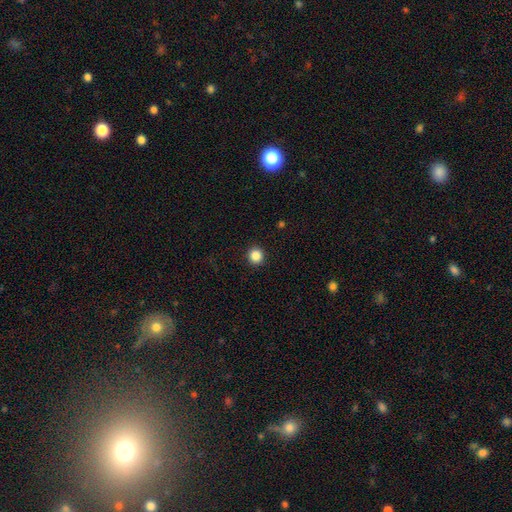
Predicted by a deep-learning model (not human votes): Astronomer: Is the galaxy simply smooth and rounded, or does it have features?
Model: smooth — 87%.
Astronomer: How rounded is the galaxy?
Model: round — 93%.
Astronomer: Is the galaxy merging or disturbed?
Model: none — 93%.